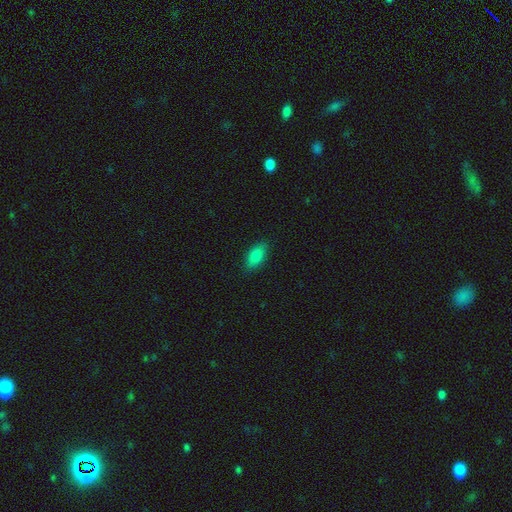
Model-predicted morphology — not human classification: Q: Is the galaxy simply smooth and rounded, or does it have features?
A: smooth — 87%.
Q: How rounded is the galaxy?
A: in between — 87%.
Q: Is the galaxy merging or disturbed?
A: none — 86%.